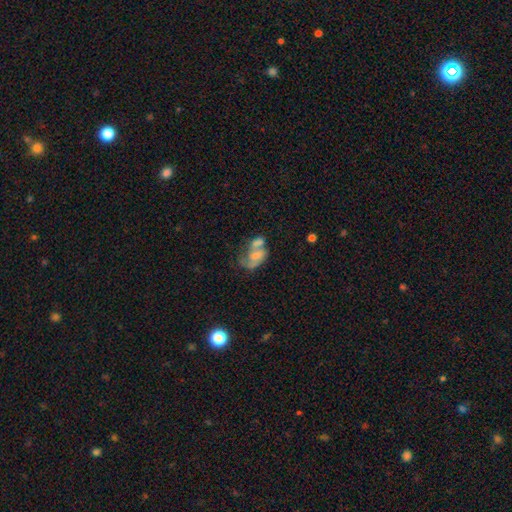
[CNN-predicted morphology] featured or disk 50%, smooth 41%, star or artifact 10%. Down the decision tree: merging — merger (47%).